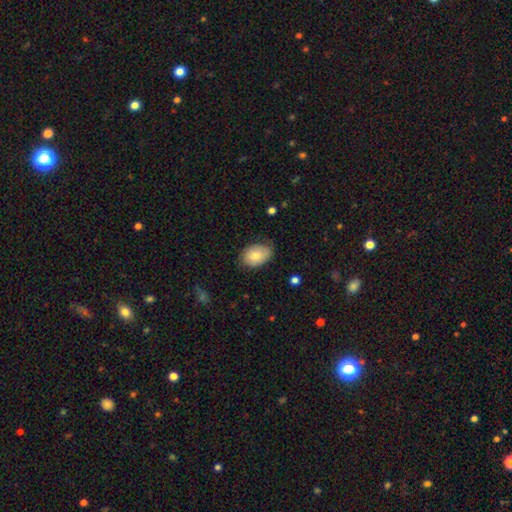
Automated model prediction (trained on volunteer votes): smooth_or_featured: smooth (p=0.77) [alt: featured or disk p=0.16]
how_rounded: in between (p=0.83) [alt: round p=0.16]
merging: none (p=0.69) [alt: minor disturbance p=0.25]